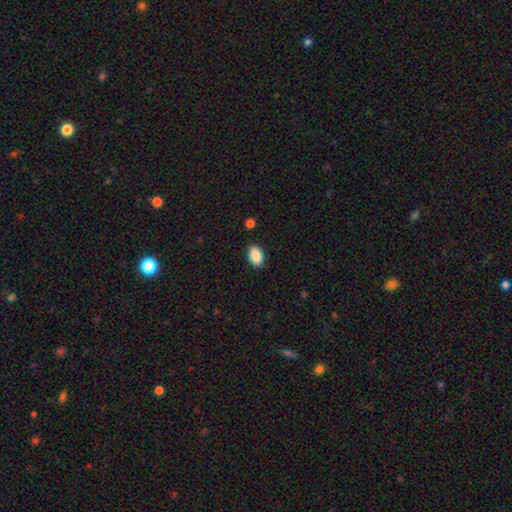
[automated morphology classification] This is clearly a smooth galaxy (88%). How rounded: clearly in between (86%). Merging: clearly none (88%).